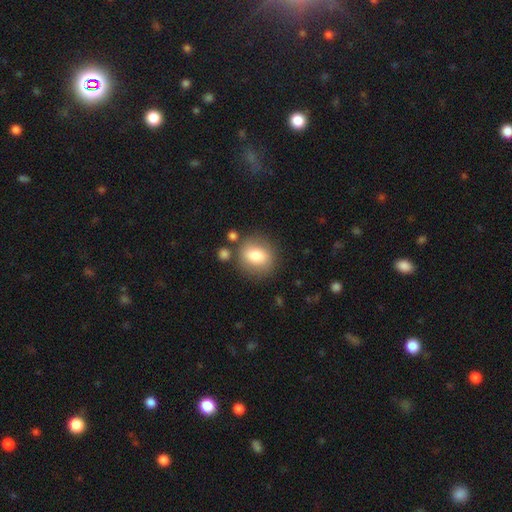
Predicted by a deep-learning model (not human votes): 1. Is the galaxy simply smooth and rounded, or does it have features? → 76% smooth, 15% featured or disk, 9% star or artifact.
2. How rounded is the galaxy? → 72% round, 27% in between, 1% cigar-shaped.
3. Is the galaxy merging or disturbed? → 77% none, 12% minor disturbance, 6% merger, 4% major disturbance.